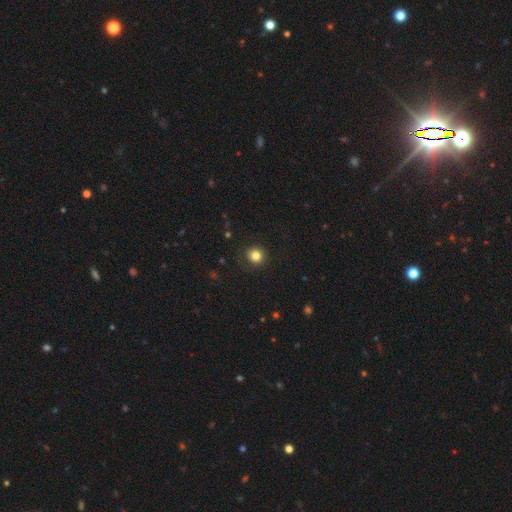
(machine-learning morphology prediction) smooth-or-featured: smooth: 82% | star or artifact: 12% | featured or disk: 6%
  how-rounded: round: 93% | in between: 6% | cigar-shaped: 1%
  merging: none: 88% | minor disturbance: 7% | major disturbance: 3% | merger: 1%